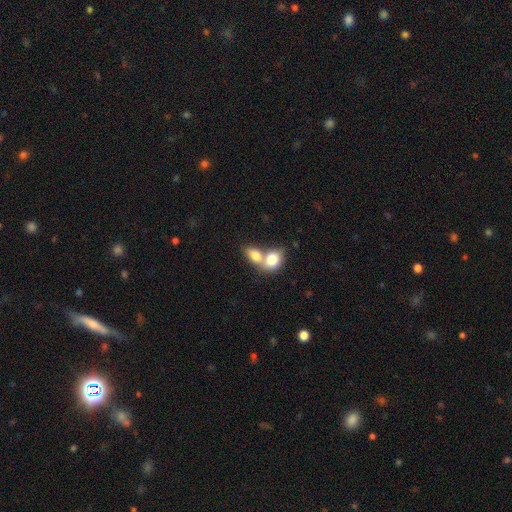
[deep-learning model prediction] Q: Smooth or featured?
A: smooth (78%); runner-up: featured or disk (15%)
Q: How rounded?
A: in between (72%); runner-up: round (26%)
Q: Merging?
A: merger (74%); runner-up: none (17%)